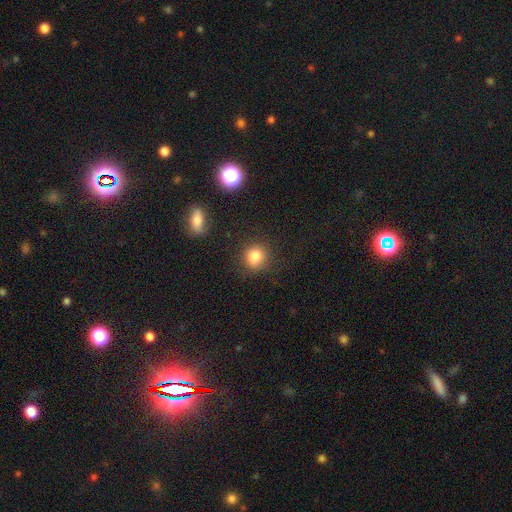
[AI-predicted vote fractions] Morphology: type=smooth (83%); roundness=round (75%); merging=none (76%).